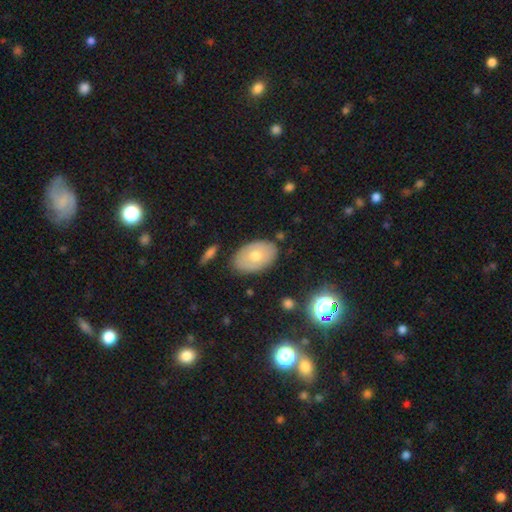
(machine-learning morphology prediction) smooth 59%, featured or disk 32%, star or artifact 9%. Down the decision tree: how rounded — in between (87%); merging — none (82%).